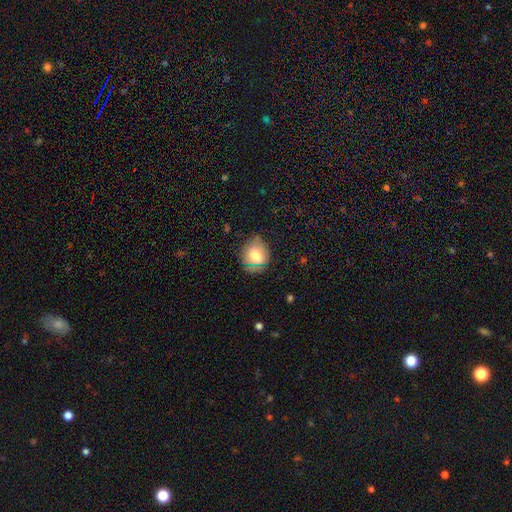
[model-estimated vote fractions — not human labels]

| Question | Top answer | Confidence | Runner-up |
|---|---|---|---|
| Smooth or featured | smooth | 72% | featured or disk (19%) |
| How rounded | round | 65% | in between (33%) |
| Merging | none | 70% | minor disturbance (23%) |